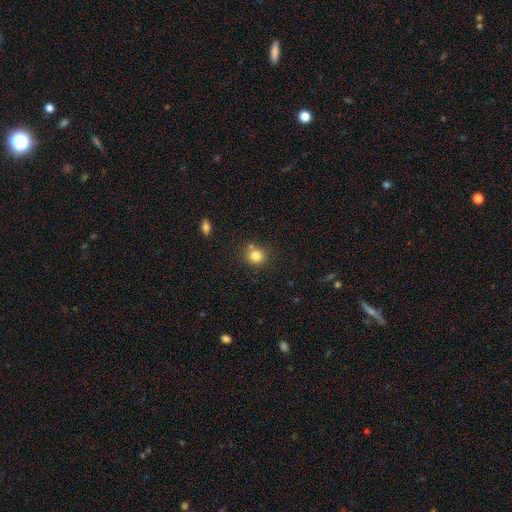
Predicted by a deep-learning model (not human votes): Morphology: type=smooth (81%); roundness=round (87%); merging=none (72%).